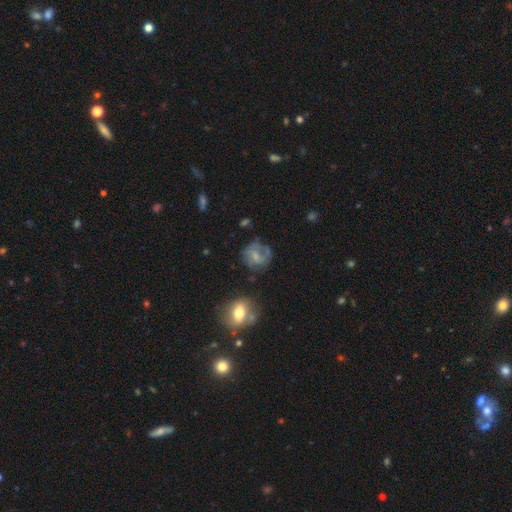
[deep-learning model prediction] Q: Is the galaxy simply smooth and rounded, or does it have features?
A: featured or disk — 53%.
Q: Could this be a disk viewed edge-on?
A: no — 97%.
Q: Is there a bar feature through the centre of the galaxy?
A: no — 52%.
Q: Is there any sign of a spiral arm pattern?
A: yes — 67%.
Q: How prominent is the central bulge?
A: small — 44%.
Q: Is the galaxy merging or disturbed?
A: none — 57%.